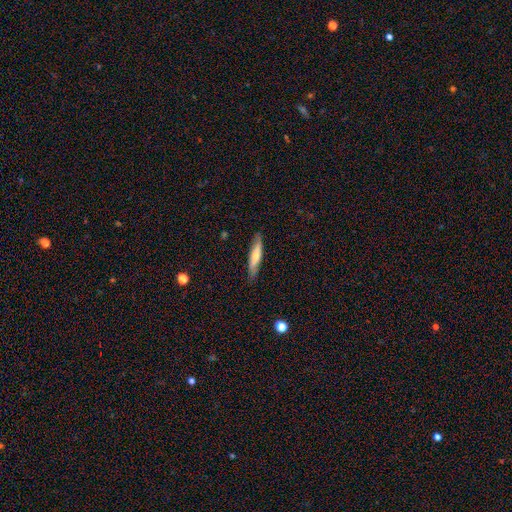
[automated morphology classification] The model was most divided on "smooth or featured": smooth: 55%, featured or disk: 39%, star or artifact: 6%. More confident: merging — none (85%); how rounded — cigar-shaped (83%).